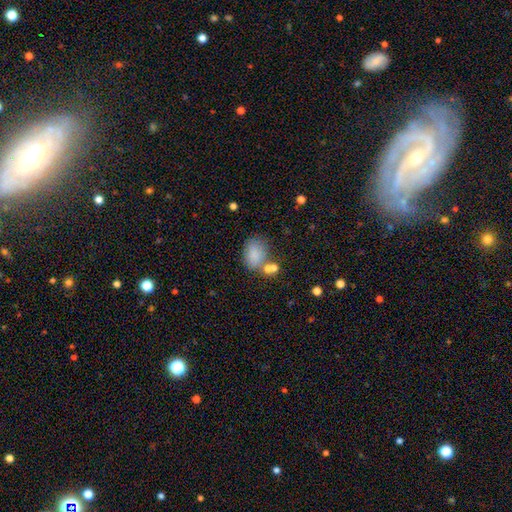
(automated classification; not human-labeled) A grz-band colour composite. It shows a smooth galaxy with no disk features (80%) that is in between round and cigar-shaped (77%). Merging: none (52%).